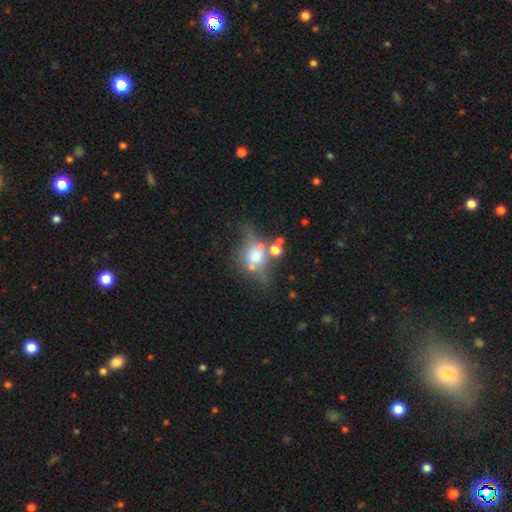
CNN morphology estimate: smooth 44%, featured or disk 42%, star or artifact 14%. Down the decision tree: merging — none (43%).